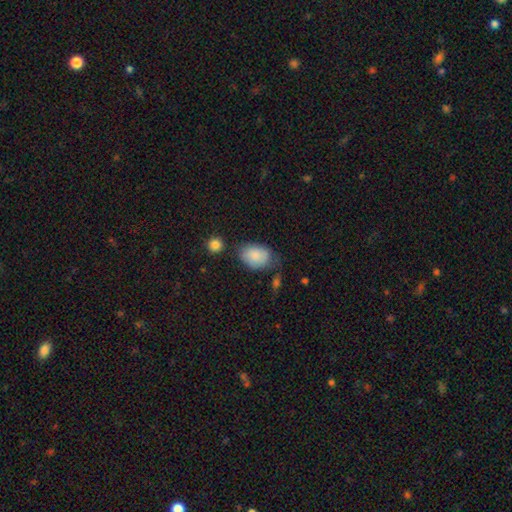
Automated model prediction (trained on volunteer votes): smooth_or_featured: smooth (p=0.84) [alt: featured or disk p=0.09]
how_rounded: in between (p=0.82) [alt: round p=0.17]
merging: none (p=0.56) [alt: minor disturbance p=0.28]